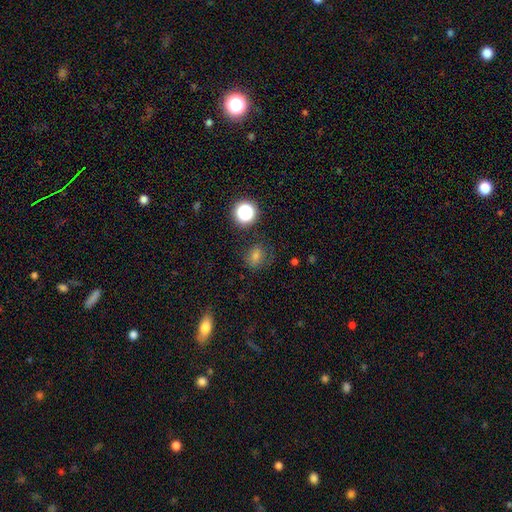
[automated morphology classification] smooth-or-featured: smooth: 63% | star or artifact: 26% | featured or disk: 11%
  how-rounded: round: 55% | in between: 43% | cigar-shaped: 2%
  merging: none: 77% | minor disturbance: 15% | major disturbance: 6% | merger: 3%